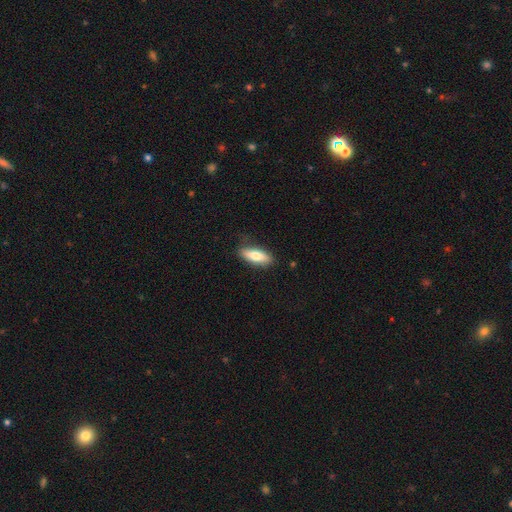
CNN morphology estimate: smooth 73%, featured or disk 21%, star or artifact 6%. Down the decision tree: how rounded — in between (64%); merging — none (82%).